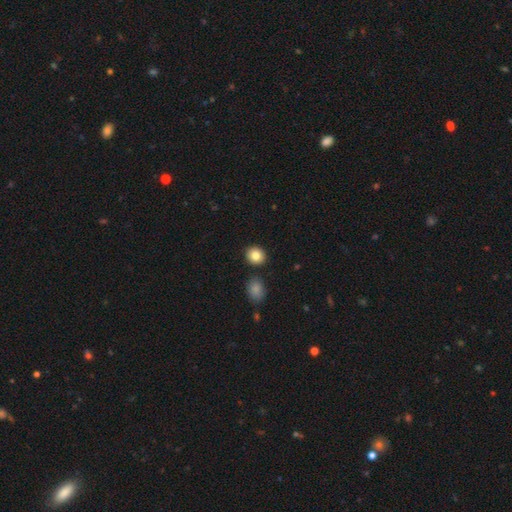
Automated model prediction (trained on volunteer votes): smooth 84%, star or artifact 9%, featured or disk 7%. Down the decision tree: how rounded — round (79%); merging — none (87%).